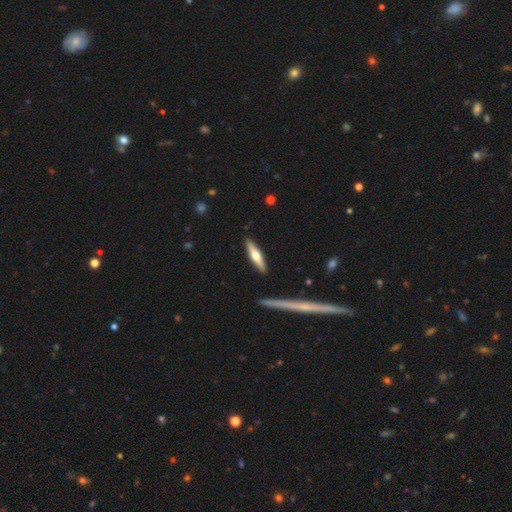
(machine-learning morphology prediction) Q: Smooth or featured?
A: smooth (50%); runner-up: featured or disk (45%)
Q: Merging?
A: none (89%); runner-up: minor disturbance (8%)